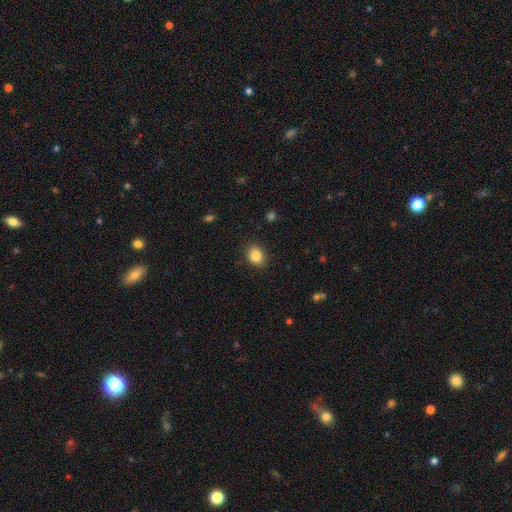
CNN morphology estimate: This is clearly a smooth galaxy (86%). How rounded: possibly round (51%). Merging: clearly none (86%).